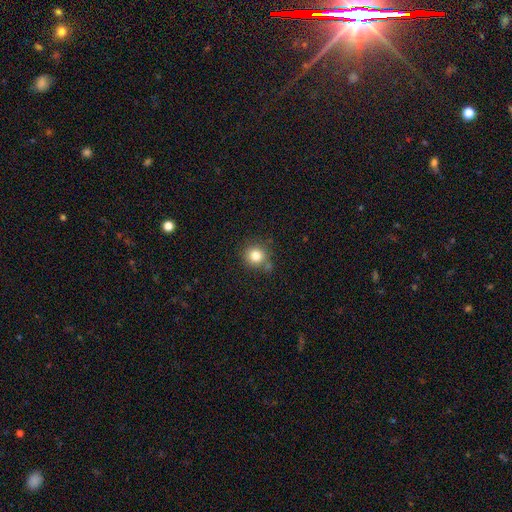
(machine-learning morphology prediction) smooth-or-featured: smooth: 83% | star or artifact: 11% | featured or disk: 6%
  how-rounded: round: 91% | in between: 8% | cigar-shaped: 1%
  merging: none: 73% | minor disturbance: 13% | merger: 10% | major disturbance: 4%